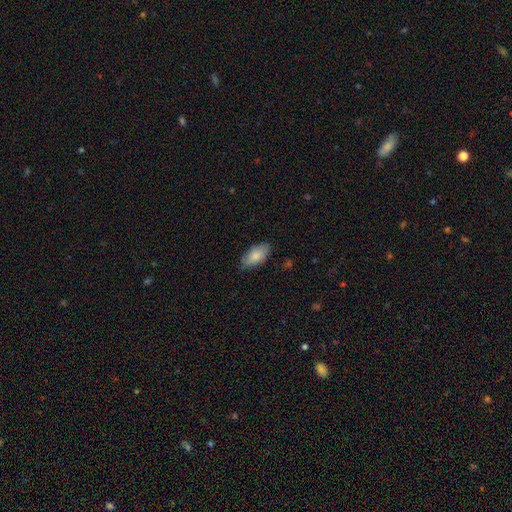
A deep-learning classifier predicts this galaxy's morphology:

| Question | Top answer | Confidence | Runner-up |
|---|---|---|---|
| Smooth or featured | smooth | 84% | featured or disk (10%) |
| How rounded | in between | 92% | cigar-shaped (6%) |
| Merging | none | 82% | minor disturbance (14%) |